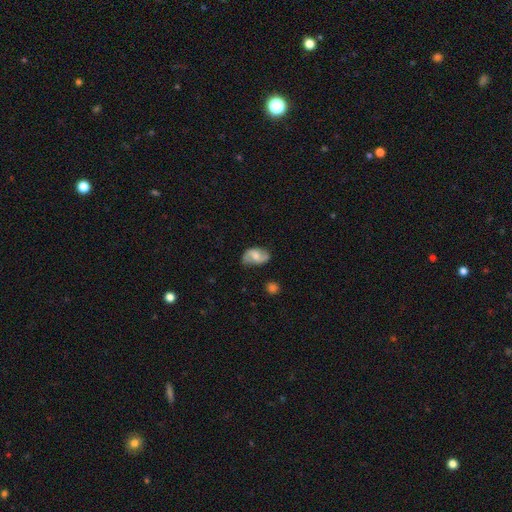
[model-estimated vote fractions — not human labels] smooth-or-featured: featured or disk: 58% | smooth: 35% | star or artifact: 7%
  disk-edge-on: no: 96% | yes: 4%
    bar: weak: 46% | no: 43% | strong: 12%
    has-spiral-arms: yes: 90% | no: 10%
      spiral-winding: loose: 49% | medium: 36% | tight: 14%
      spiral-arm-count: 2: 88% | can't tell: 6% | 1: 3% | 3: 1% | 4: 1% | more than 4: 1%
    bulge-size: moderate: 53% | small: 27% | large: 9% | none: 9% | dominant: 2%
  merging: none: 69% | minor disturbance: 23% | major disturbance: 6% | merger: 2%